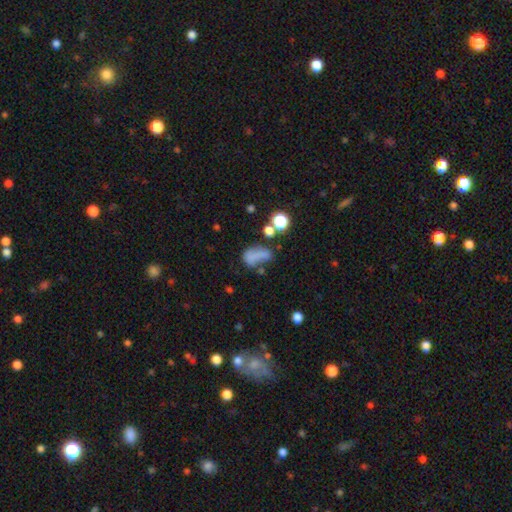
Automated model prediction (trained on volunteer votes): Smooth or featured: smooth — 62% (featured or disk — 19%)
How rounded: in between — 75% (round — 18%)
Merging: none — 31% (major disturbance — 26%)